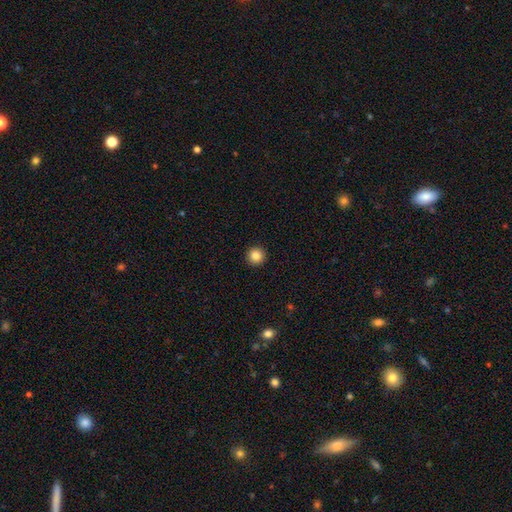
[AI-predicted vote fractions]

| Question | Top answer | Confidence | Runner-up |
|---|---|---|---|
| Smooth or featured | smooth | 86% | star or artifact (10%) |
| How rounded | round | 96% | in between (3%) |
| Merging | none | 93% | minor disturbance (4%) |